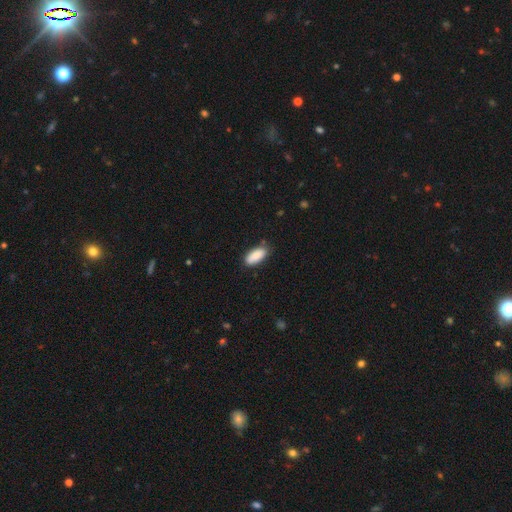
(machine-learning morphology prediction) smooth-or-featured: smooth: 89% | star or artifact: 6% | featured or disk: 4%
  how-rounded: in between: 87% | cigar-shaped: 11% | round: 2%
  merging: none: 83% | minor disturbance: 13% | major disturbance: 2% | merger: 2%